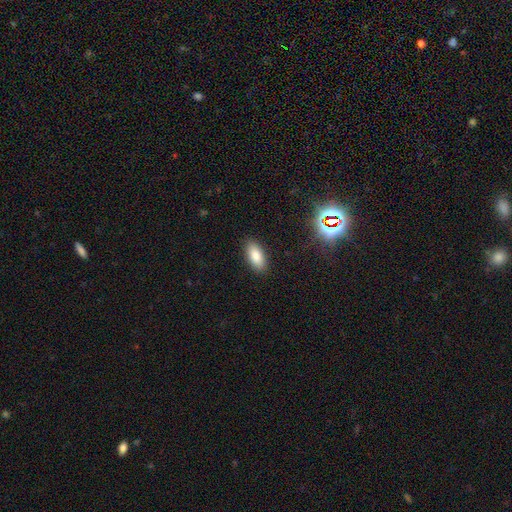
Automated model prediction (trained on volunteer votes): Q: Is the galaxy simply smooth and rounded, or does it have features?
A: smooth — 85%.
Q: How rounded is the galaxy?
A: in between — 89%.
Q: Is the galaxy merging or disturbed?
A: none — 89%.